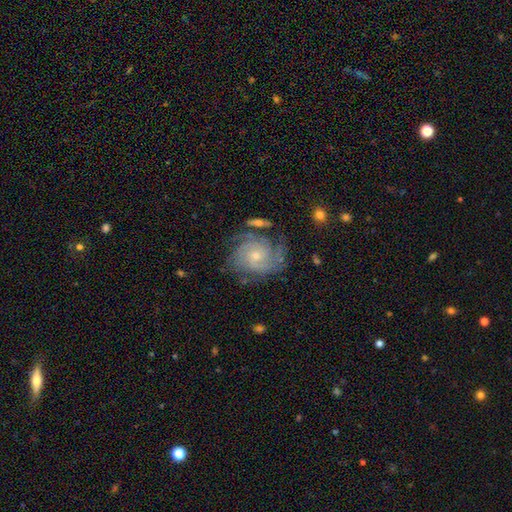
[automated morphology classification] Q: Smooth or featured?
A: featured or disk (84%); runner-up: smooth (8%)
Q: Edge-on disk?
A: no (98%); runner-up: yes (2%)
Q: Bar?
A: no (71%); runner-up: weak (24%)
Q: Spiral arms?
A: yes (96%); runner-up: no (4%)
Q: Spiral winding?
A: tight (63%); runner-up: medium (30%)
Q: Spiral arm count?
A: 3 (28%); runner-up: can't tell (24%)
Q: Bulge size?
A: small (63%); runner-up: moderate (33%)
Q: Merging?
A: none (69%); runner-up: minor disturbance (18%)